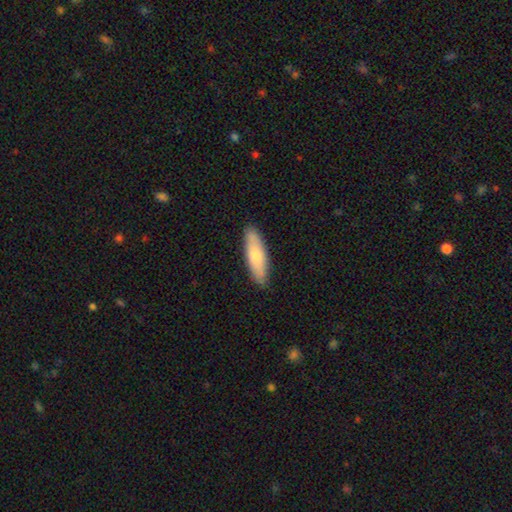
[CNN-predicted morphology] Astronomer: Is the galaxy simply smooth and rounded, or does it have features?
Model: smooth — 73%.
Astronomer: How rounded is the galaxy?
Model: cigar-shaped — 52% (runner-up: in between, 46%).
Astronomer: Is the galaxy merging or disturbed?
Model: none — 87%.